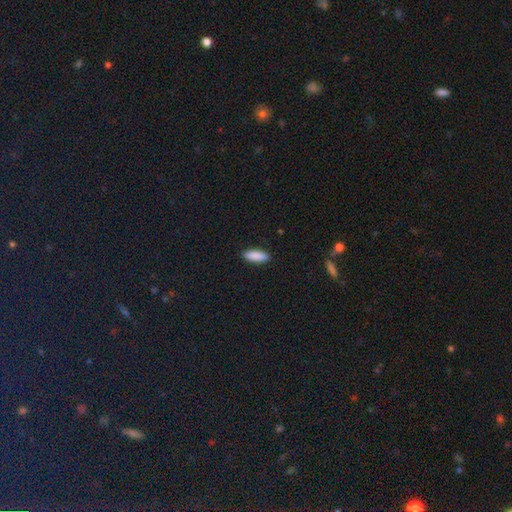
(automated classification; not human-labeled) The model was most divided on "how rounded": in between: 61%, cigar-shaped: 37%, round: 2%. More confident: merging — none (90%); smooth or featured — smooth (89%).